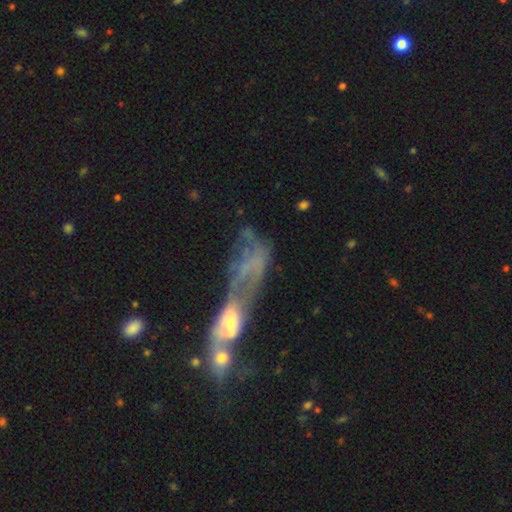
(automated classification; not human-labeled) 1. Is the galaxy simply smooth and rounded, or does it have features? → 56% featured or disk, 31% smooth, 14% star or artifact.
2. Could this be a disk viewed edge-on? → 90% no, 10% yes.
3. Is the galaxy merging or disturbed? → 56% merger, 24% major disturbance, 11% none, 8% minor disturbance.